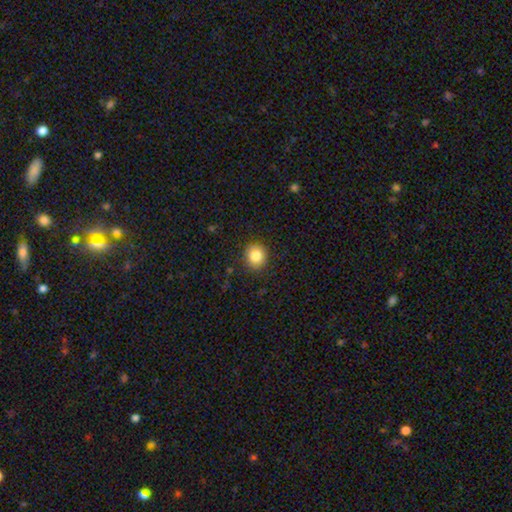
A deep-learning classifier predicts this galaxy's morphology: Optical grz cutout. It shows a smooth galaxy with no disk features (84%) that is round (85%). Merging: none (89%).